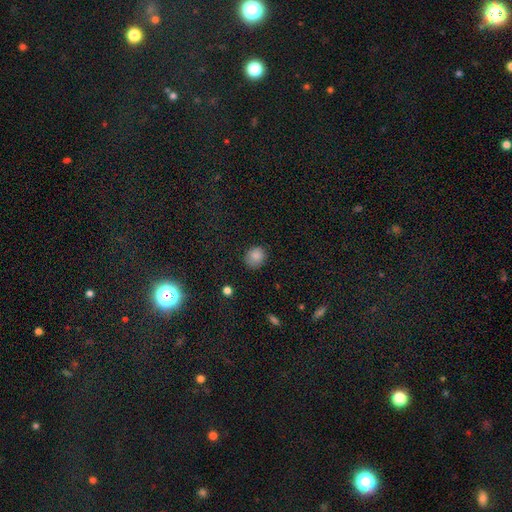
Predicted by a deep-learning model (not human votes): This appears to be a smooth galaxy with no disk features (84%) that is round (73%). Merging: none (82%).